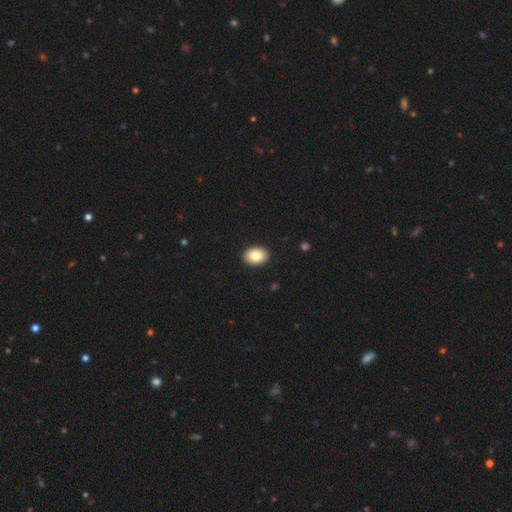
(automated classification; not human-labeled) Q: Smooth or featured?
A: smooth (84%); runner-up: featured or disk (8%)
Q: How rounded?
A: in between (79%); runner-up: round (20%)
Q: Merging?
A: none (92%); runner-up: minor disturbance (6%)